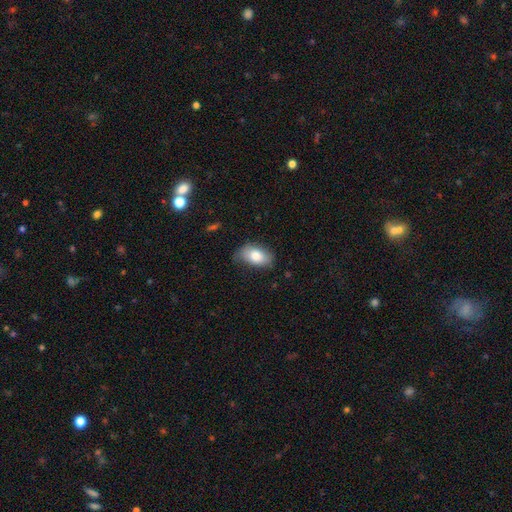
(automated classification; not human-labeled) smooth_or_featured: smooth (p=0.80) [alt: featured or disk p=0.13]
how_rounded: in between (p=0.92) [alt: round p=0.06]
merging: none (p=0.65) [alt: minor disturbance p=0.28]